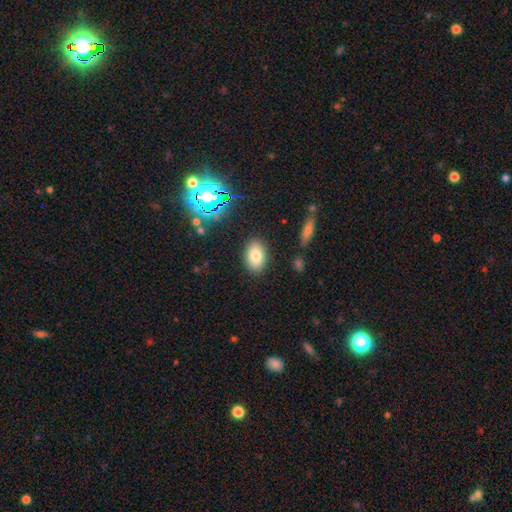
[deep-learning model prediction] Smooth or featured: smooth — 77% (featured or disk — 11%)
How rounded: in between — 88% (round — 10%)
Merging: none — 86% (minor disturbance — 9%)